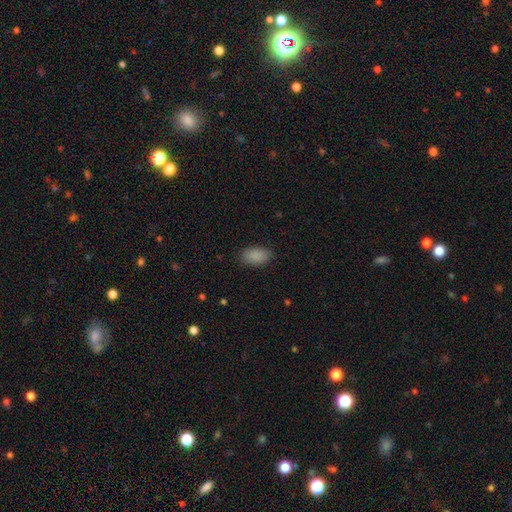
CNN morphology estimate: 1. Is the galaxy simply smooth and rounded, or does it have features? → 89% smooth, 8% star or artifact, 3% featured or disk.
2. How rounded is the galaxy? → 93% in between, 5% round, 2% cigar-shaped.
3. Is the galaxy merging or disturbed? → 86% none, 11% minor disturbance, 3% major disturbance, 1% merger.